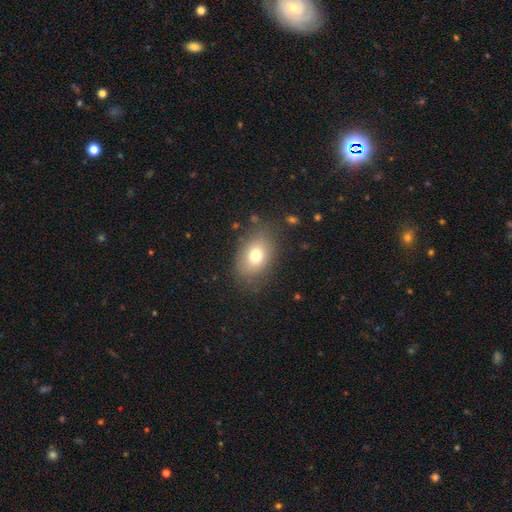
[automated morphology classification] A smooth galaxy with no disk features (74%) that is in between round and cigar-shaped (76%). Merging: none (78%).